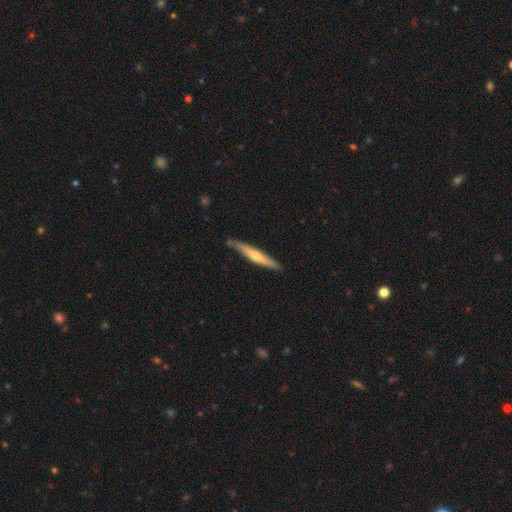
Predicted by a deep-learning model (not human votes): Overall: featured or disk (51%; smooth 44%). Edge-on disk: yes (94%). Merging: none (79%).